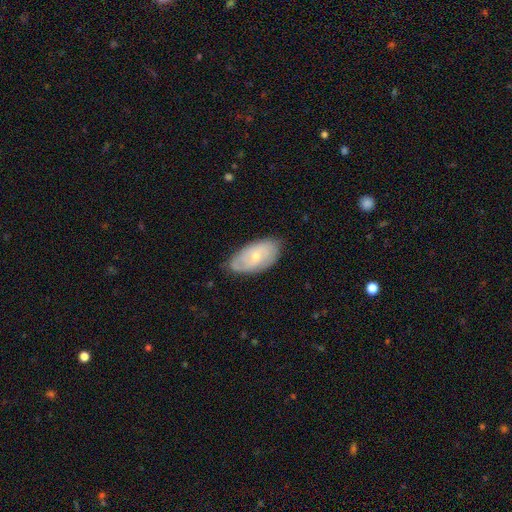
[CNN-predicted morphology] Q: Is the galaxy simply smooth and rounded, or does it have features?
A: featured or disk — 53%.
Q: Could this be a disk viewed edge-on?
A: no — 92%.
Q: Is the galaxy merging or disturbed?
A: none — 75%.